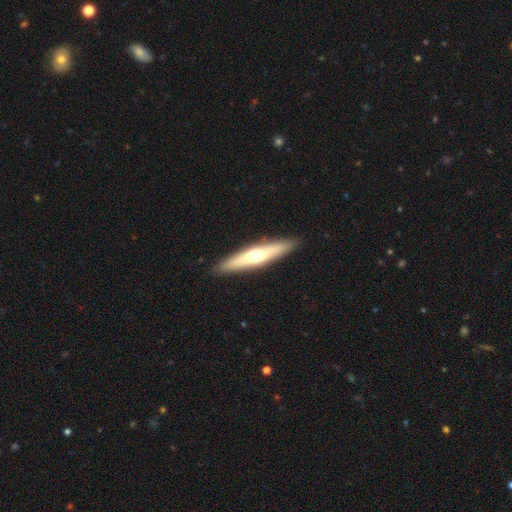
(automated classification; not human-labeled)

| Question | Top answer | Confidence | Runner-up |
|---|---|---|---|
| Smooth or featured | featured or disk | 50% | smooth (45%) |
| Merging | none | 91% | minor disturbance (6%) |